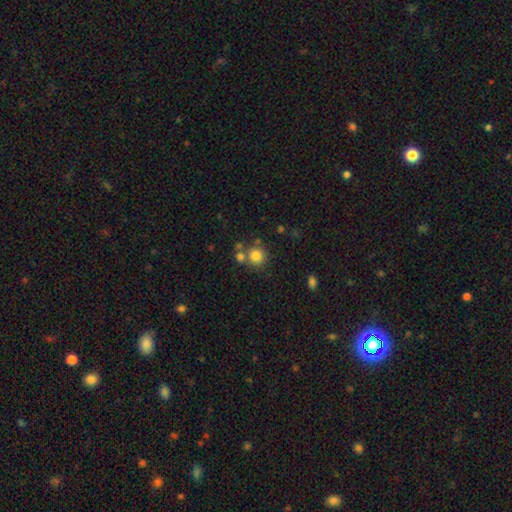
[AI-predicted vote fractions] smooth 80%, star or artifact 12%, featured or disk 8%. Down the decision tree: how rounded — round (90%); merging — none (65%).